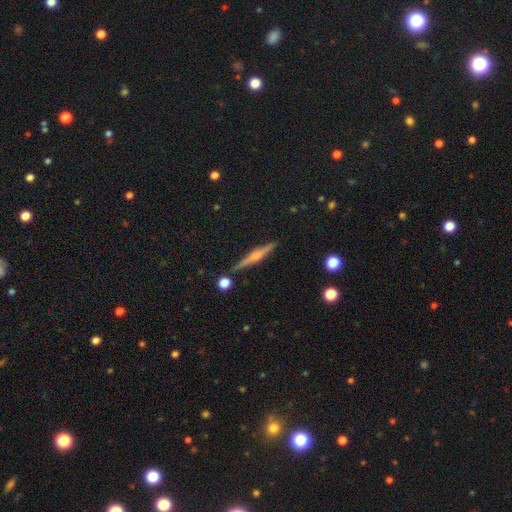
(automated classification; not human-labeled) A featured or disk galaxy (66%) viewed edge-on (98%) with a rounded central bulge (73%).

Vote fractions:
- Smooth or featured? featured or disk: 66% / smooth: 26% / star or artifact: 7%
- Edge-on disk? yes: 98% / no: 2%
- Edge-on bulge? rounded: 73% / none: 15% / boxy: 12%
- Merging? none: 88% / minor disturbance: 8% / merger: 2% / major disturbance: 2%